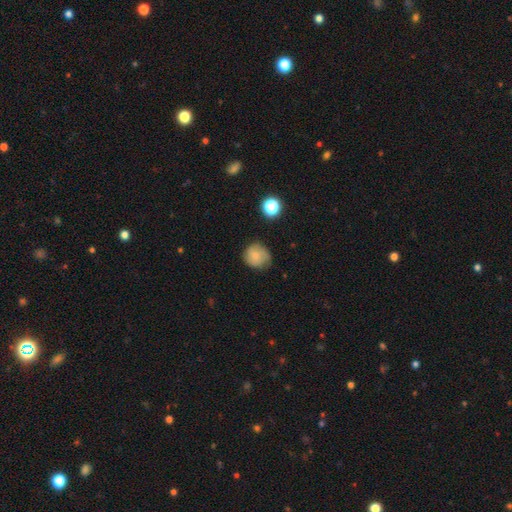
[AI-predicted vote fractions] smooth 79%, featured or disk 11%, star or artifact 10%. Down the decision tree: how rounded — round (86%); merging — none (69%).